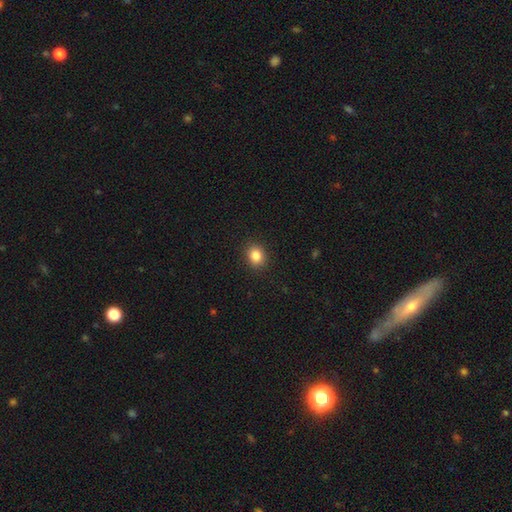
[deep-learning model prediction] smooth-or-featured: smooth: 85% | star or artifact: 10% | featured or disk: 5%
  how-rounded: round: 63% | in between: 36% | cigar-shaped: 1%
  merging: none: 90% | minor disturbance: 7% | major disturbance: 2% | merger: 1%